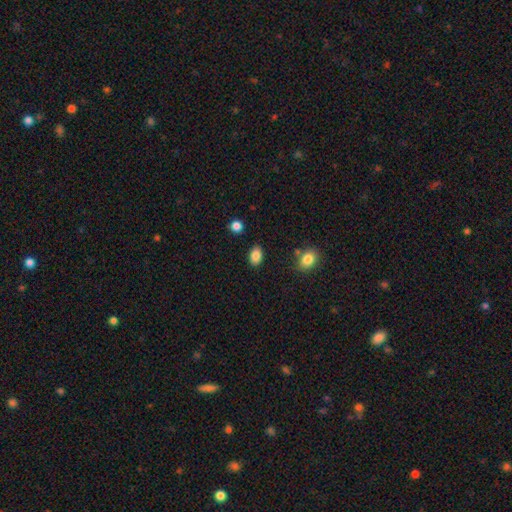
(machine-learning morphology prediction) A smooth galaxy with no disk features (86%) that is in between round and cigar-shaped (82%). Merging: none (86%).